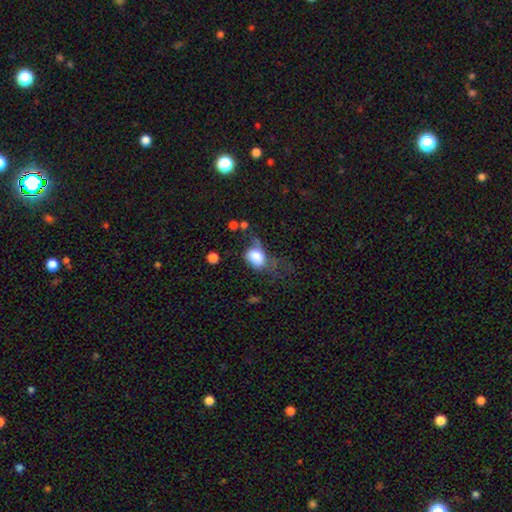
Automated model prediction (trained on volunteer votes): Smooth or featured?
  - smooth: 76% *
  - featured or disk: 15%
  - star or artifact: 9%
How rounded?
  - in between: 67% *
  - round: 31%
  - cigar-shaped: 1%
Merging?
  - major disturbance: 46% *
  - minor disturbance: 24%
  - none: 22%
  - merger: 7%